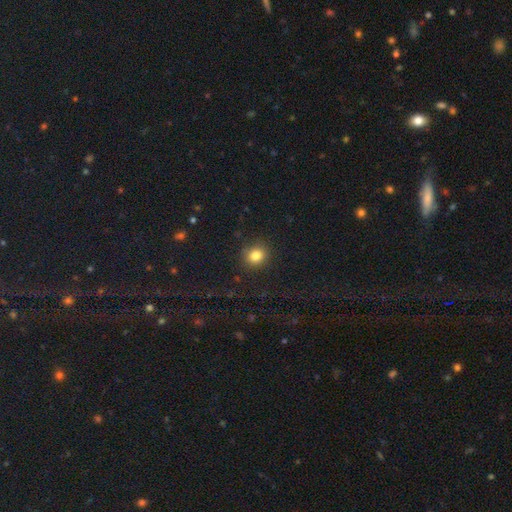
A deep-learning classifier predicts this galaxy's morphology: Smooth or featured? Predicted: smooth (p=0.83). How rounded? Predicted: round (p=0.80). Merging? Predicted: none (p=0.87).